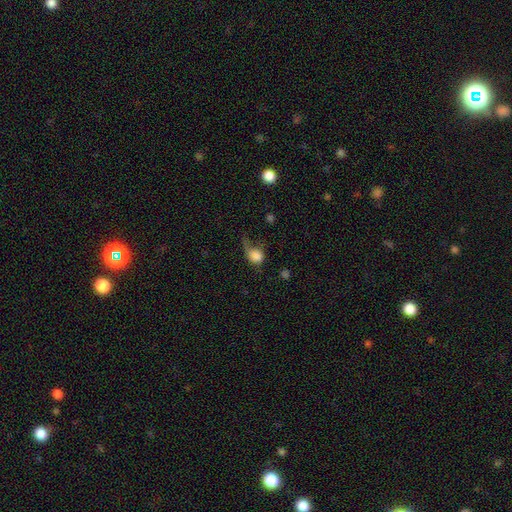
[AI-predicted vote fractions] smooth_or_featured: smooth (p=0.77) [alt: featured or disk p=0.13]
how_rounded: round (p=0.52) [alt: in between p=0.46]
merging: major disturbance (p=0.43) [alt: minor disturbance p=0.29]